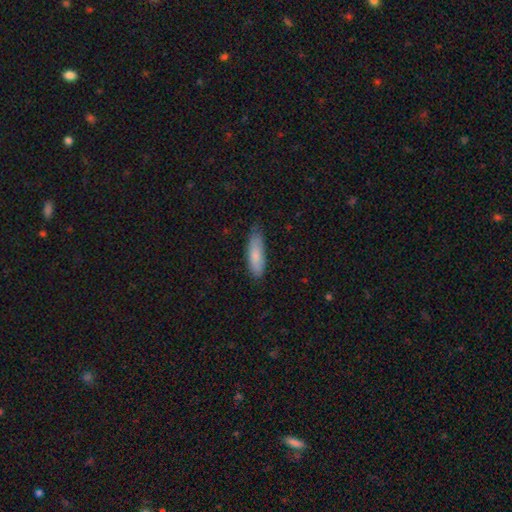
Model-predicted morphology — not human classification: smooth-or-featured: smooth: 81% | featured or disk: 13% | star or artifact: 6%
  how-rounded: in between: 55% | cigar-shaped: 44% | round: 2%
  merging: none: 71% | minor disturbance: 24% | major disturbance: 3% | merger: 1%